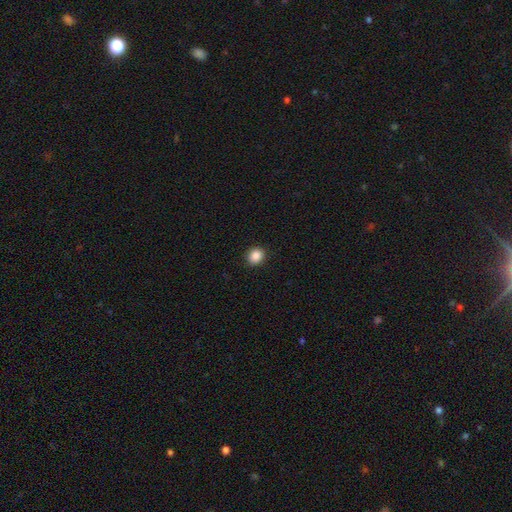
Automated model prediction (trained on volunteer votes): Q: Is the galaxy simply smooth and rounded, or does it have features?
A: smooth — 88%.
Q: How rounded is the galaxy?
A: round — 69%.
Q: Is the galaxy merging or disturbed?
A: none — 90%.